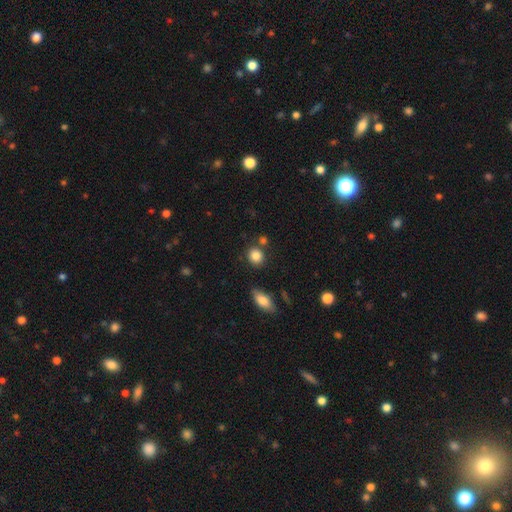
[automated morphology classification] smooth 85%, star or artifact 9%, featured or disk 6%. Down the decision tree: how rounded — round (75%); merging — none (76%).